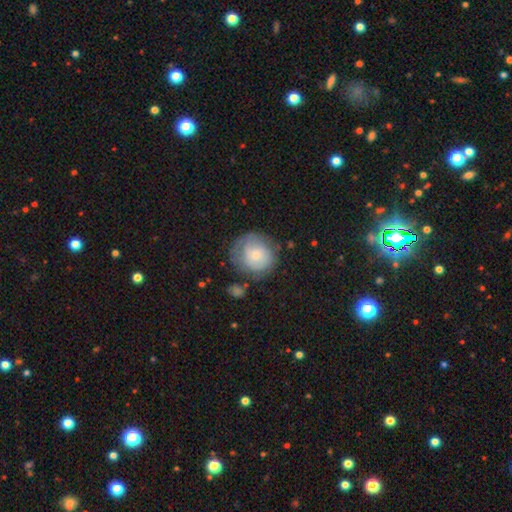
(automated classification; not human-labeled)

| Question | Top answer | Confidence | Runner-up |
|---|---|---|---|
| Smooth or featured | smooth | 57% | featured or disk (36%) |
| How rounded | round | 86% | in between (13%) |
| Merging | none | 59% | minor disturbance (24%) |